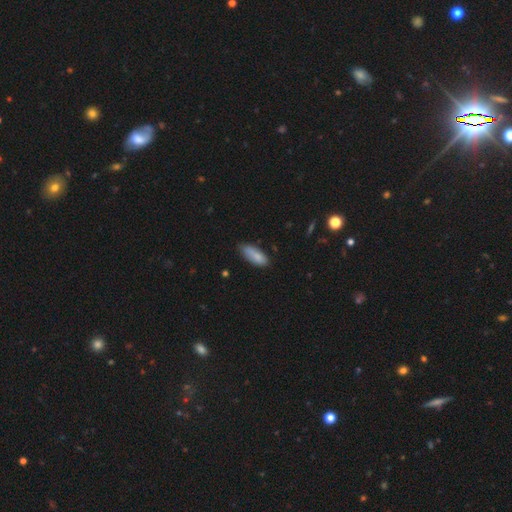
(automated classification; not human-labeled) A smooth galaxy with no disk features (85%) that is in between round and cigar-shaped (73%). Merging: none (64%).